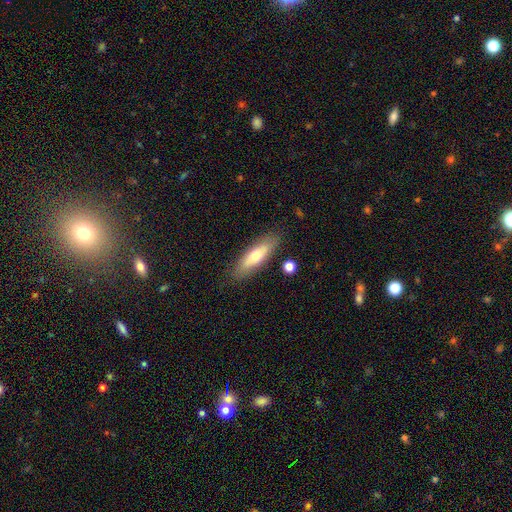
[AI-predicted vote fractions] Morphology: type=smooth (60%); roundness=cigar-shaped (55%); merging=none (84%).